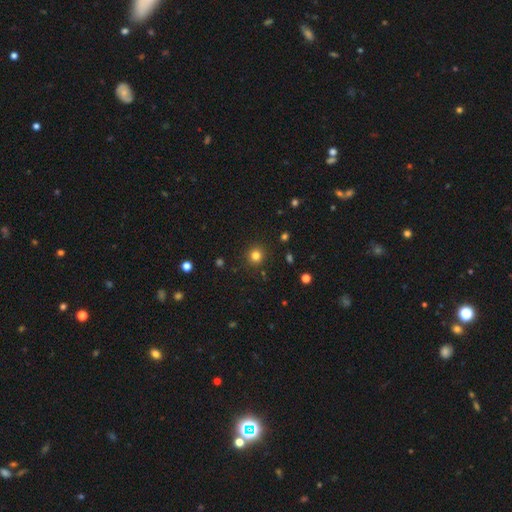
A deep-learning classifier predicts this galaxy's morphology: Smooth or featured: smooth — 80% (star or artifact — 14%)
How rounded: round — 94% (in between — 6%)
Merging: none — 91% (minor disturbance — 6%)